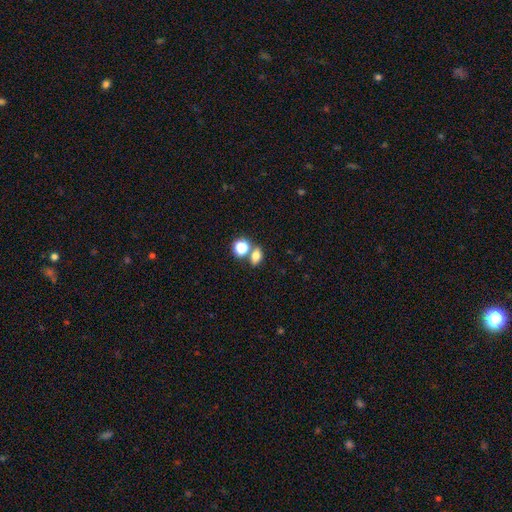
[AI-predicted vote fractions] Smooth or featured?
  - smooth: 74% *
  - star or artifact: 15%
  - featured or disk: 11%
How rounded?
  - in between: 69% *
  - round: 28%
  - cigar-shaped: 4%
Merging?
  - none: 58% *
  - merger: 29%
  - minor disturbance: 10%
  - major disturbance: 4%